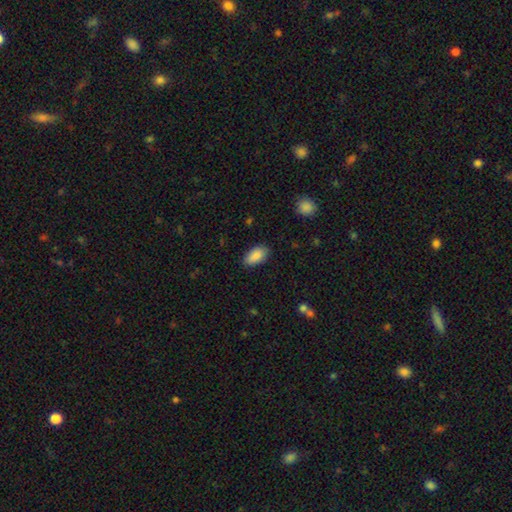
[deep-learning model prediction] smooth_or_featured: smooth (p=0.88) [alt: star or artifact p=0.07]
how_rounded: in between (p=0.93) [alt: cigar-shaped p=0.03]
merging: none (p=0.82) [alt: minor disturbance p=0.14]